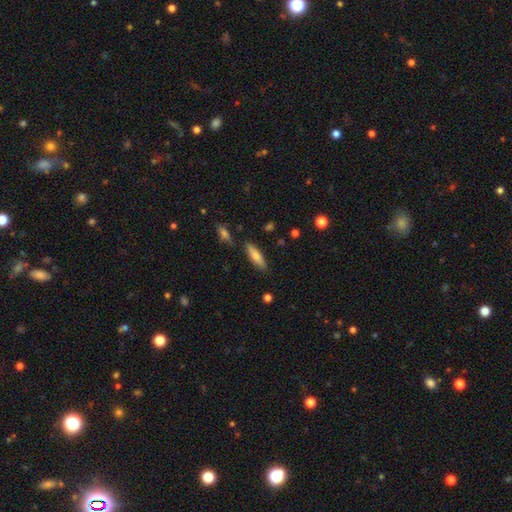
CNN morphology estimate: Smooth or featured? smooth (73%)
How rounded? cigar-shaped (57%)
Merging? none (83%)